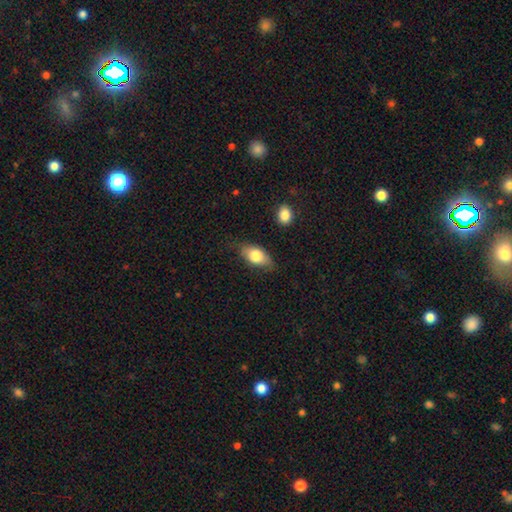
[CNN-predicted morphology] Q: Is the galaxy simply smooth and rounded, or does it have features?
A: smooth — 75%.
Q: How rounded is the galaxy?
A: in between — 86%.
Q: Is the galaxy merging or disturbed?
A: none — 71%.